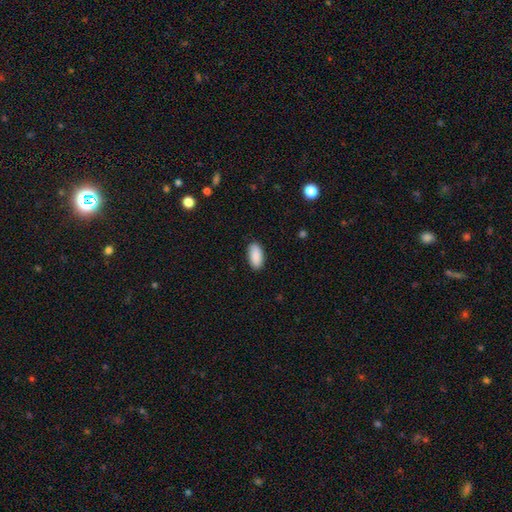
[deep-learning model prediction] Smooth or featured?
  - smooth: 90% *
  - star or artifact: 6%
  - featured or disk: 3%
How rounded?
  - in between: 92% *
  - cigar-shaped: 6%
  - round: 2%
Merging?
  - none: 88% *
  - minor disturbance: 9%
  - major disturbance: 2%
  - merger: 1%